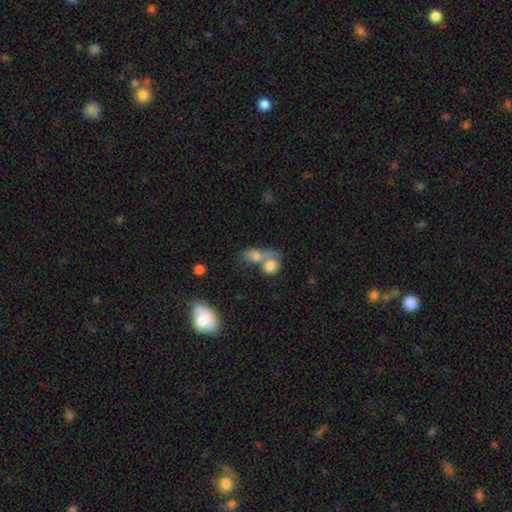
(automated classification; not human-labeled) Morphology: type=smooth (75%); roundness=in between (67%); merging=merger (65%).